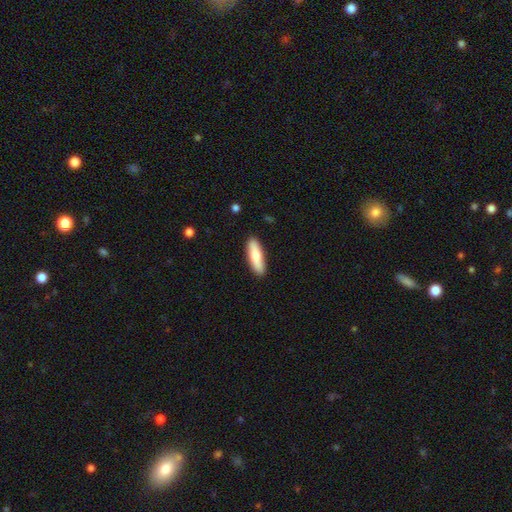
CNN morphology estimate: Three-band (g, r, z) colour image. It shows a smooth galaxy with no disk features (76%) that is cigar-shaped (61%). Merging: none (89%).